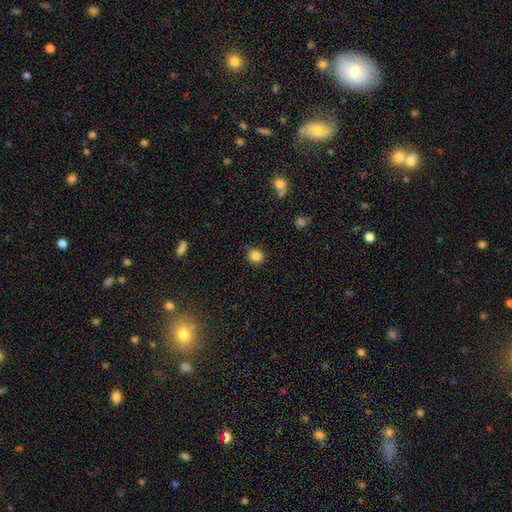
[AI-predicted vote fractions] smooth-or-featured: smooth: 84% | star or artifact: 12% | featured or disk: 4%
  how-rounded: round: 86% | in between: 13% | cigar-shaped: 1%
  merging: none: 79% | minor disturbance: 16% | major disturbance: 3% | merger: 2%